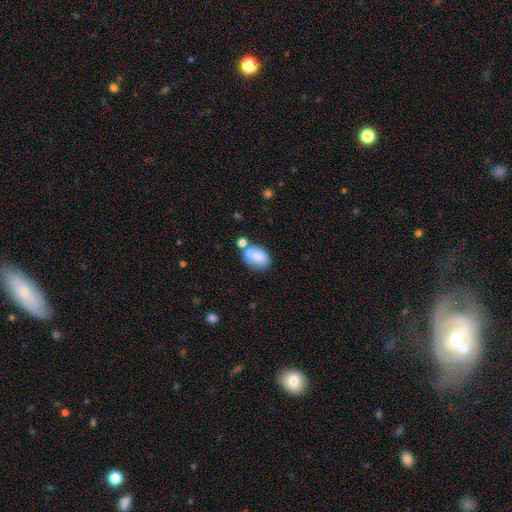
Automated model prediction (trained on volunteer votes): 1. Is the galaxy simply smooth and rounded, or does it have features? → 74% smooth, 18% featured or disk, 9% star or artifact.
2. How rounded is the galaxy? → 75% in between, 23% round, 1% cigar-shaped.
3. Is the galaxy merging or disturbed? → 41% none, 33% merger, 18% minor disturbance, 8% major disturbance.